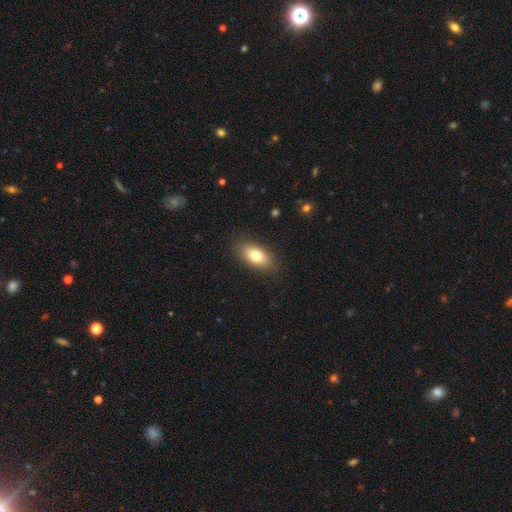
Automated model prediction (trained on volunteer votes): Smooth or featured? smooth (77%)
How rounded? in between (88%)
Merging? none (87%)